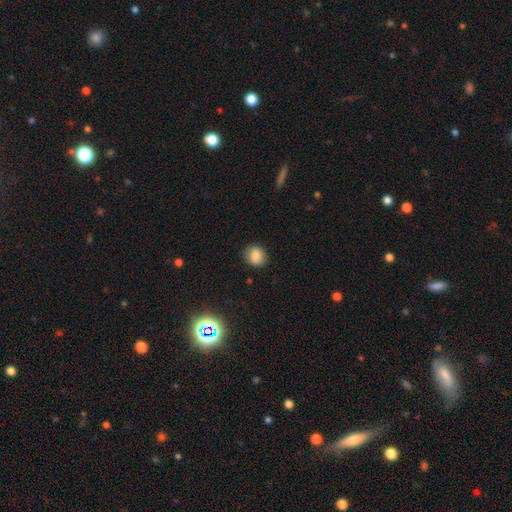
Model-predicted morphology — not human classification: Smooth or featured?
  - smooth: 84% *
  - star or artifact: 10%
  - featured or disk: 6%
How rounded?
  - round: 67% *
  - in between: 32%
  - cigar-shaped: 1%
Merging?
  - none: 83% *
  - minor disturbance: 13%
  - major disturbance: 3%
  - merger: 1%